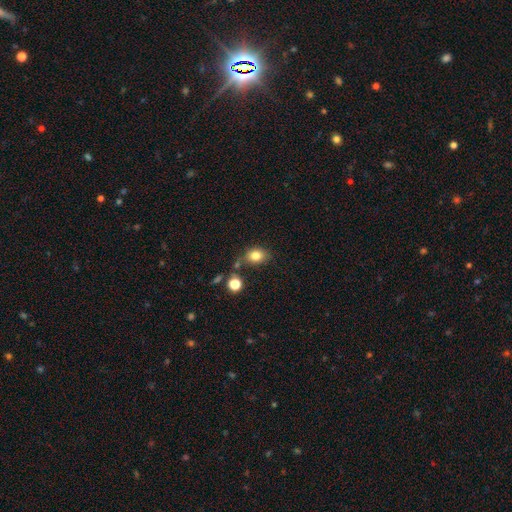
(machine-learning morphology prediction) This appears to be a smooth galaxy with no disk features (81%) that is in between round and cigar-shaped (62%). Merging: none (63%).